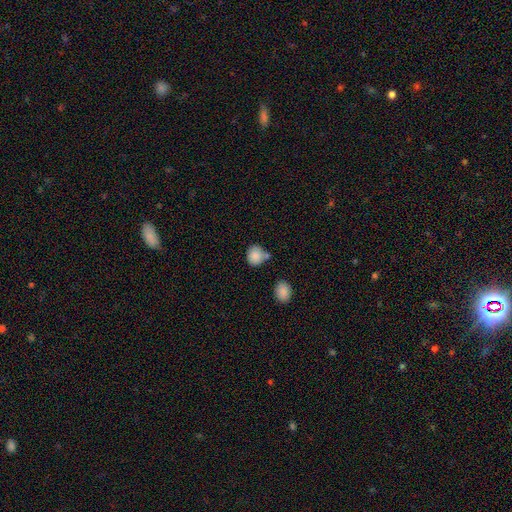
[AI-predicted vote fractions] Morphology: type=smooth (87%); roundness=round (81%); merging=none (63%).